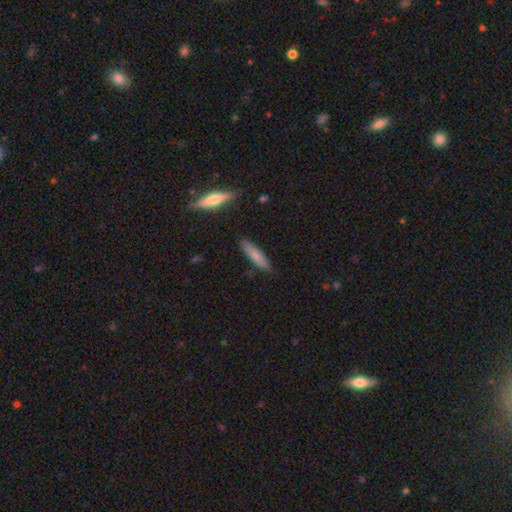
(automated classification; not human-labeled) Smooth or featured: smooth — 73% (featured or disk — 21%)
How rounded: cigar-shaped — 80% (in between — 18%)
Merging: none — 87% (minor disturbance — 10%)